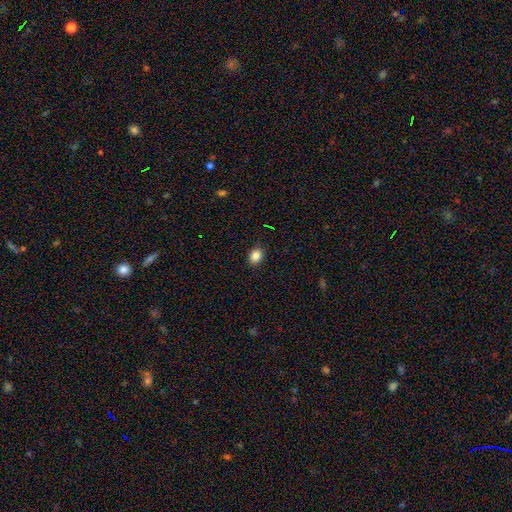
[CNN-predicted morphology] smooth-or-featured: smooth: 86% | star or artifact: 10% | featured or disk: 4%
  how-rounded: in between: 54% | round: 45% | cigar-shaped: 1%
  merging: none: 90% | minor disturbance: 7% | major disturbance: 2% | merger: 1%